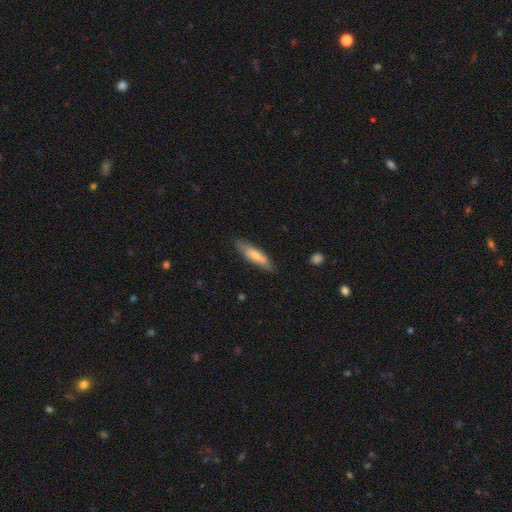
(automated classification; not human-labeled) smooth-or-featured: smooth: 67% | featured or disk: 27% | star or artifact: 6%
  how-rounded: cigar-shaped: 64% | in between: 34% | round: 2%
  merging: none: 76% | minor disturbance: 19% | major disturbance: 4% | merger: 2%